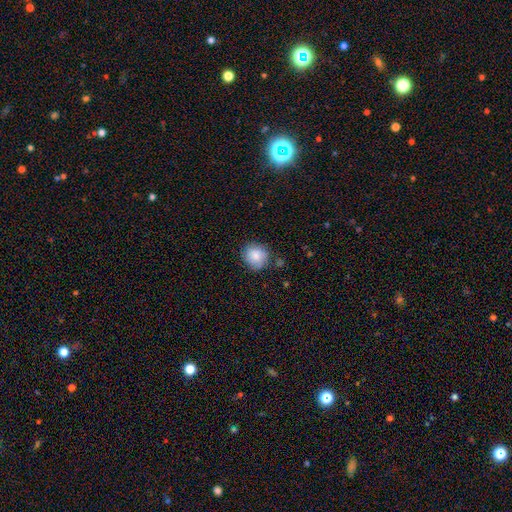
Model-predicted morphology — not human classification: type=smooth (81%); roundness=round (83%); merging=none (74%).